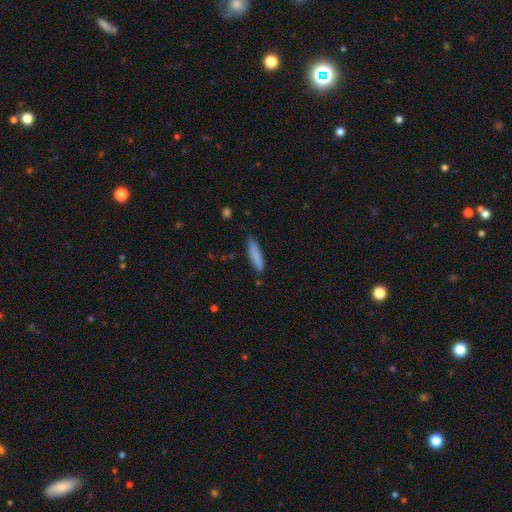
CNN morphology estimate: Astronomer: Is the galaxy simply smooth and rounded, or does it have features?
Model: smooth — 85%.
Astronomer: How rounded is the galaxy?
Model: cigar-shaped — 79%.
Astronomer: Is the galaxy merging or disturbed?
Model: none — 82%.